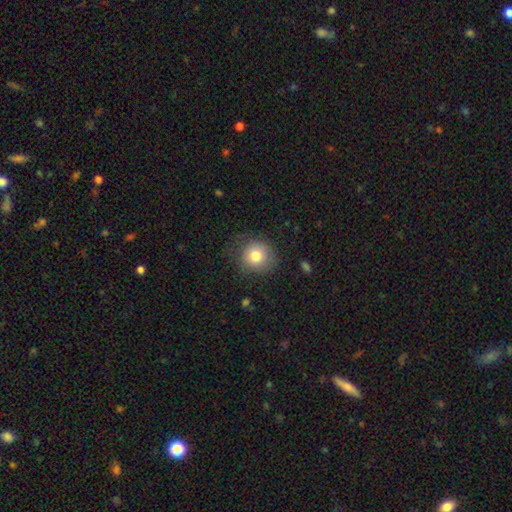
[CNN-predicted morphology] smooth 81%, star or artifact 10%, featured or disk 10%. Down the decision tree: how rounded — round (88%); merging — none (75%).